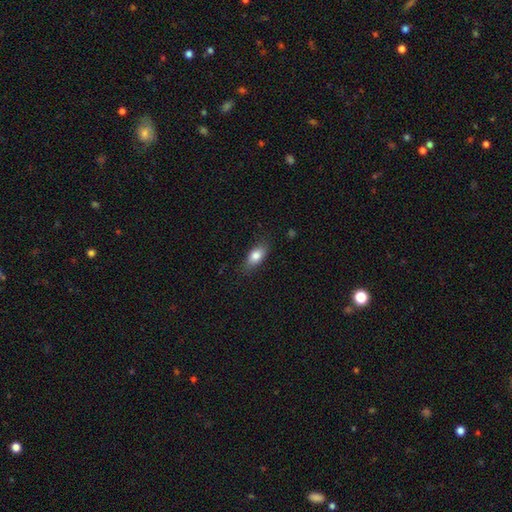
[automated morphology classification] Smooth or featured? Predicted: smooth (p=0.81). How rounded? Predicted: in between (p=0.83). Merging? Predicted: none (p=0.80).